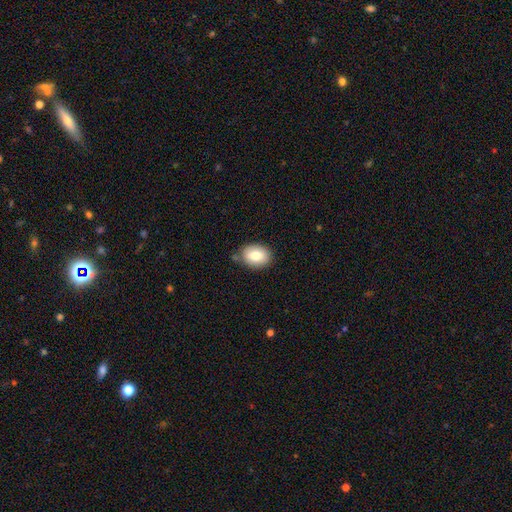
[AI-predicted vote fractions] Smooth or featured?
  - smooth: 81% *
  - featured or disk: 12%
  - star or artifact: 8%
How rounded?
  - in between: 74% *
  - round: 25%
  - cigar-shaped: 1%
Merging?
  - none: 78% *
  - minor disturbance: 15%
  - merger: 3%
  - major disturbance: 3%